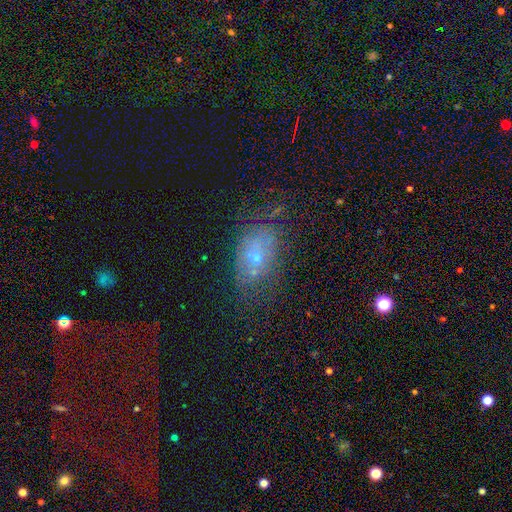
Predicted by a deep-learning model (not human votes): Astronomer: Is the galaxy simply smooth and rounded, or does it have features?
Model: smooth — 46% (runner-up: featured or disk, 36%).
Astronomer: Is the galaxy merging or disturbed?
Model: none — 44% (runner-up: minor disturbance, 25%).